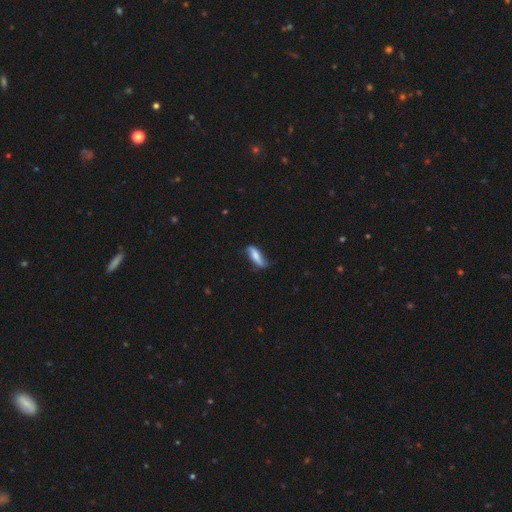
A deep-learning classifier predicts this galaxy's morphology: Overall: smooth (55%; featured or disk 38%). How rounded: in between (51%; cigar-shaped 47%). Merging: none (60%; minor disturbance 30%).